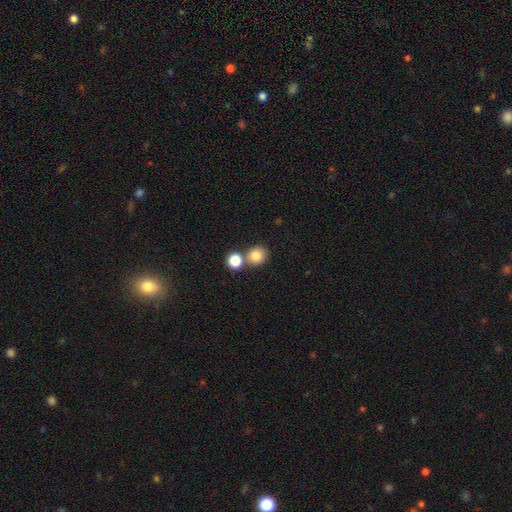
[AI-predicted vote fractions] This appears to be a smooth galaxy with no disk features (83%) that is round (85%). Merging: none (60%).